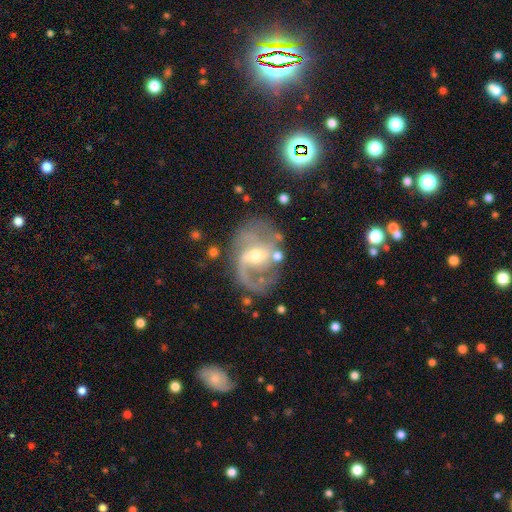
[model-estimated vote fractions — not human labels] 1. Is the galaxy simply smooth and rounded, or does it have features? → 85% featured or disk, 9% smooth, 6% star or artifact.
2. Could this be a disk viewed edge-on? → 98% no, 2% yes.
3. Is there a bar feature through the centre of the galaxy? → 49% weak, 28% no, 24% strong.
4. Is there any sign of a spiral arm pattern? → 93% yes, 7% no.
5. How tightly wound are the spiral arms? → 49% medium, 35% loose, 15% tight.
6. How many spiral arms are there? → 68% 2, 17% 1, 7% can't tell, 5% 3, 2% 4, 2% more than 4.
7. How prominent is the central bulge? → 50% moderate, 45% small, 3% large, 2% none, 1% dominant.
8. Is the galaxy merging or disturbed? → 60% none, 18% minor disturbance, 16% major disturbance, 6% merger.